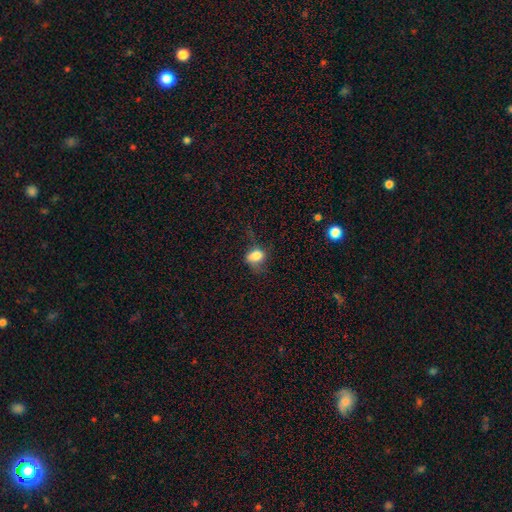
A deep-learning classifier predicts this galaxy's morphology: smooth 76%, featured or disk 14%, star or artifact 10%. Down the decision tree: how rounded — in between (75%); merging — none (47%).